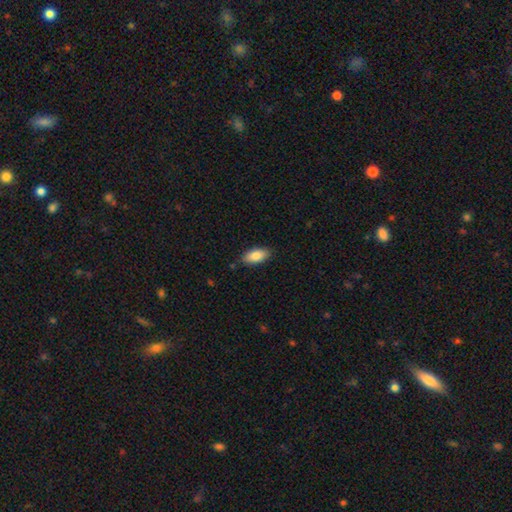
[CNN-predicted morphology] smooth-or-featured: smooth: 85% | featured or disk: 8% | star or artifact: 6%
  how-rounded: in between: 90% | cigar-shaped: 8% | round: 3%
  merging: none: 85% | minor disturbance: 11% | major disturbance: 2% | merger: 1%